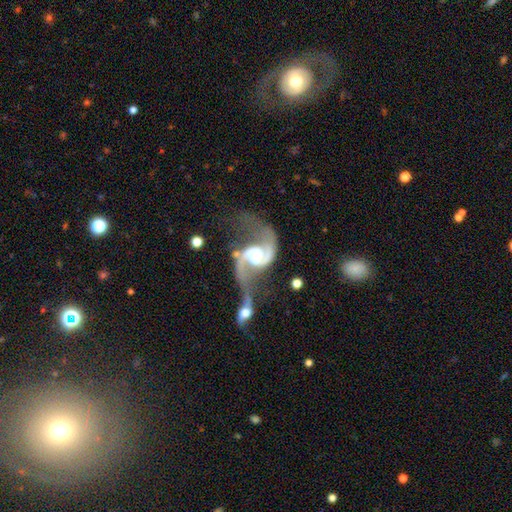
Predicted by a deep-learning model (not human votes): smooth_or_featured: featured or disk (p=0.91) [alt: smooth p=0.04]
disk_edge_on: no (p=0.98) [alt: yes p=0.02]
bar: no (p=0.46) [alt: weak p=0.40]
has_spiral_arms: yes (p=0.97) [alt: no p=0.03]
spiral_winding: loose (p=0.55) [alt: medium p=0.36]
spiral_arm_count: 2 (p=0.92) [alt: 1 p=0.03]
bulge_size: moderate (p=0.44) [alt: small p=0.25]
merging: merger (p=0.57) [alt: none p=0.18]